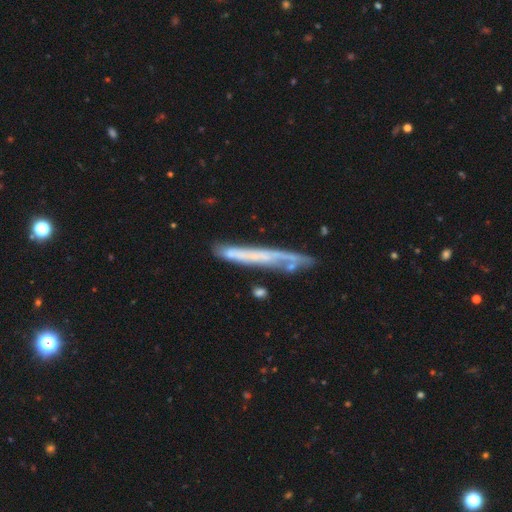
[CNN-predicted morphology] A featured or disk galaxy (56%) viewed edge-on (77%). Merging: none (62%).